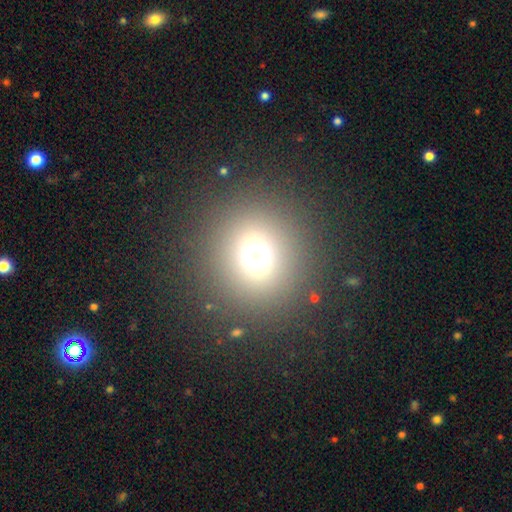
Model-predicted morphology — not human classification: smooth 65%, star or artifact 27%, featured or disk 9%. Down the decision tree: how rounded — round (90%); merging — none (87%).